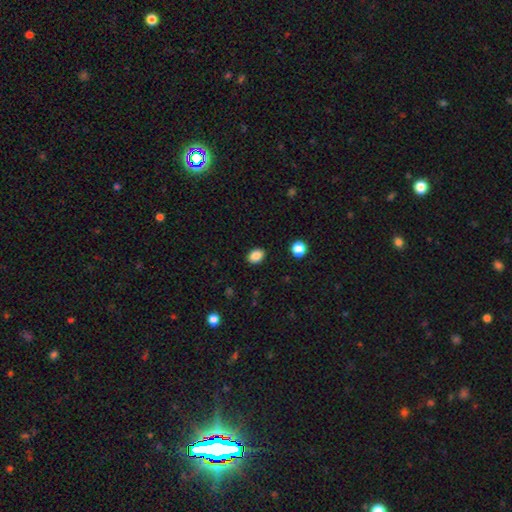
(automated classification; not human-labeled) Q: Smooth or featured?
A: smooth (86%); runner-up: star or artifact (9%)
Q: How rounded?
A: in between (70%); runner-up: round (29%)
Q: Merging?
A: none (88%); runner-up: minor disturbance (8%)